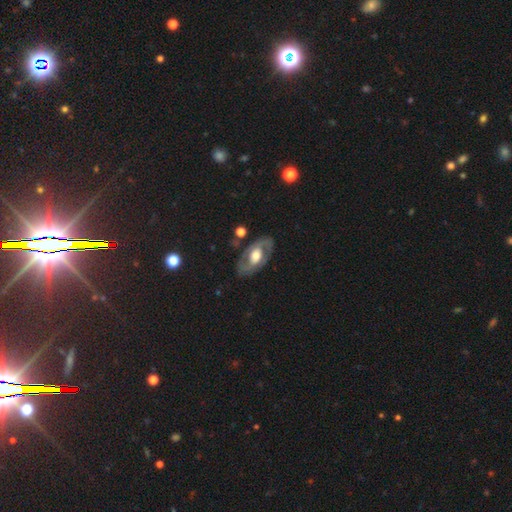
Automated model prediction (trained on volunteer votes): This is likely a featured or disk galaxy (73%). It is clearly not viewed edge-on (93%). Bar: possibly no (56%). Spiral arm pattern: likely yes (66%). Central bulge: likely moderate (61%). Merging: likely none (79%).